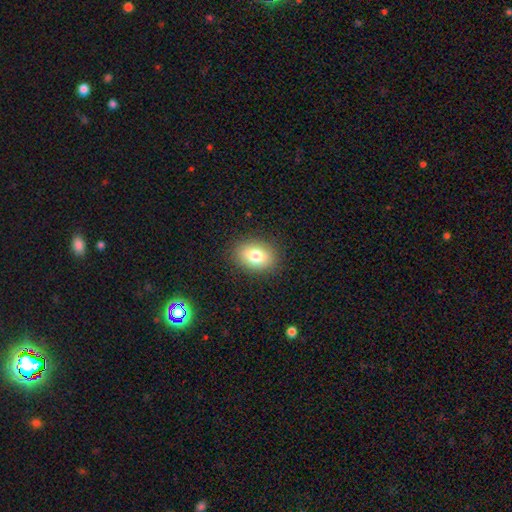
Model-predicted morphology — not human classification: This is likely a smooth galaxy (79%). How rounded: likely in between (71%). Merging: clearly none (88%).